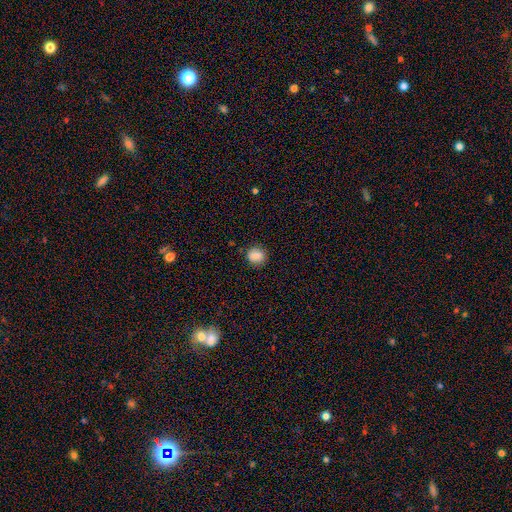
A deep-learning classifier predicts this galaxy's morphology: smooth-or-featured: smooth: 84% | star or artifact: 10% | featured or disk: 6%
  how-rounded: round: 78% | in between: 21% | cigar-shaped: 1%
  merging: none: 82% | minor disturbance: 13% | major disturbance: 3% | merger: 2%